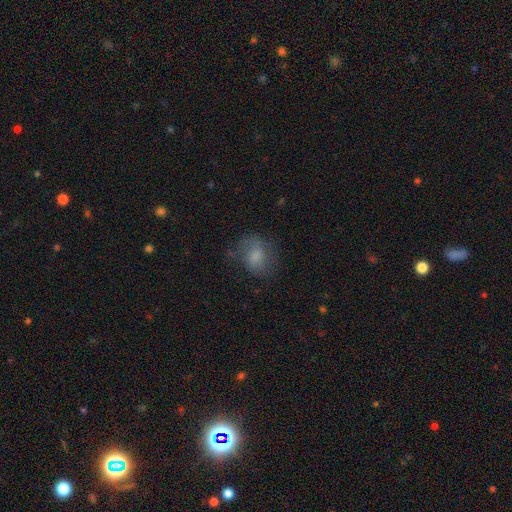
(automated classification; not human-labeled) This appears to be a smooth galaxy with no disk features (63%) that is in between round and cigar-shaped (53%). Merging: none (56%).